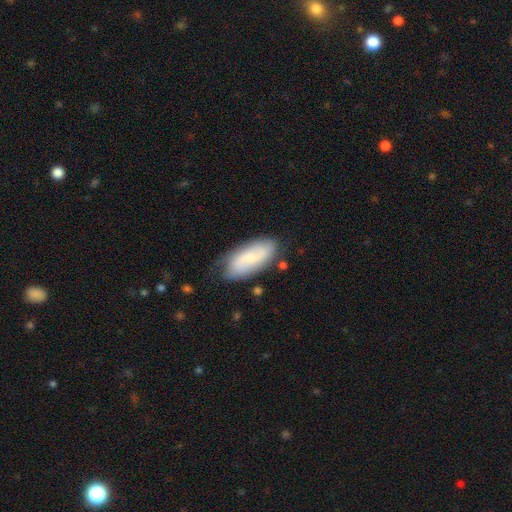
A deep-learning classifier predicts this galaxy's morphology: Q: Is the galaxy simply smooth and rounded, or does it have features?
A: smooth — 52%.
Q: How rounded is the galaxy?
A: in between — 83%.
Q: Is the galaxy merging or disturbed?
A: none — 73%.